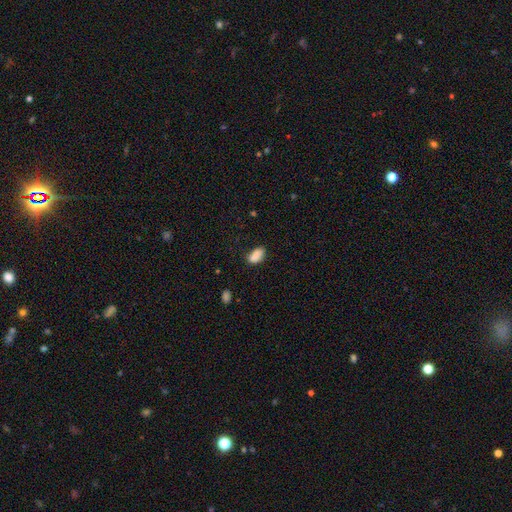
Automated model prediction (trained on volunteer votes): Smooth or featured? Predicted: smooth (p=0.83). How rounded? Predicted: in between (p=0.90). Merging? Predicted: none (p=0.60).